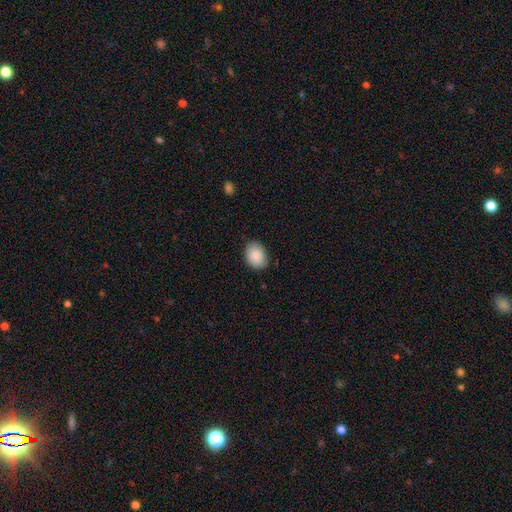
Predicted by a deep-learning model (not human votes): Smooth or featured: smooth — 90% (star or artifact — 7%)
How rounded: in between — 73% (round — 26%)
Merging: none — 83% (minor disturbance — 13%)